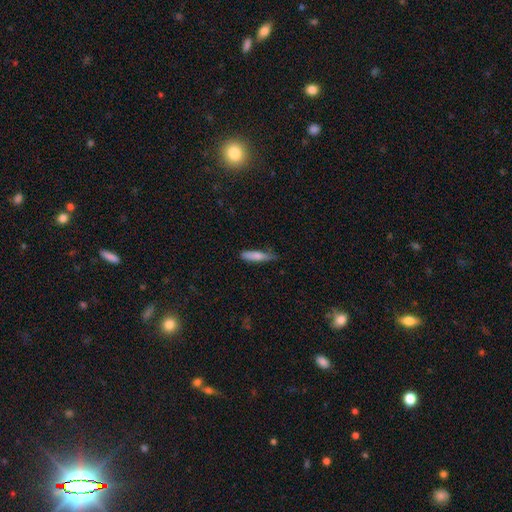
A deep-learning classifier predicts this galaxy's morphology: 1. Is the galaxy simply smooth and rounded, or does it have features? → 77% smooth, 17% featured or disk, 6% star or artifact.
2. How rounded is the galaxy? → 79% cigar-shaped, 19% in between, 2% round.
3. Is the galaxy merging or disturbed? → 66% none, 28% minor disturbance, 5% major disturbance, 2% merger.